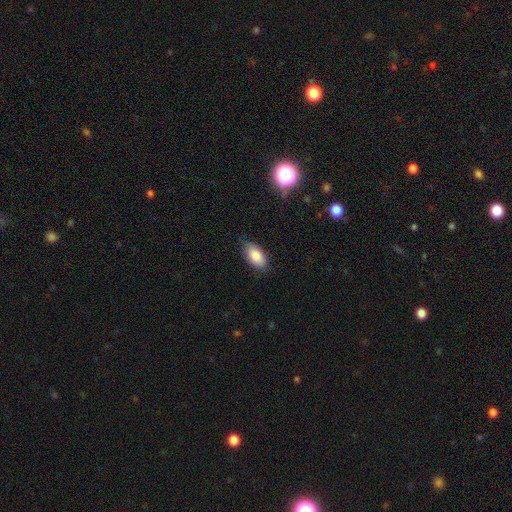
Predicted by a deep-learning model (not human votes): Smooth or featured?
  - smooth: 84% *
  - featured or disk: 8%
  - star or artifact: 7%
How rounded?
  - in between: 93% *
  - round: 4%
  - cigar-shaped: 4%
Merging?
  - none: 80% *
  - minor disturbance: 16%
  - major disturbance: 3%
  - merger: 1%